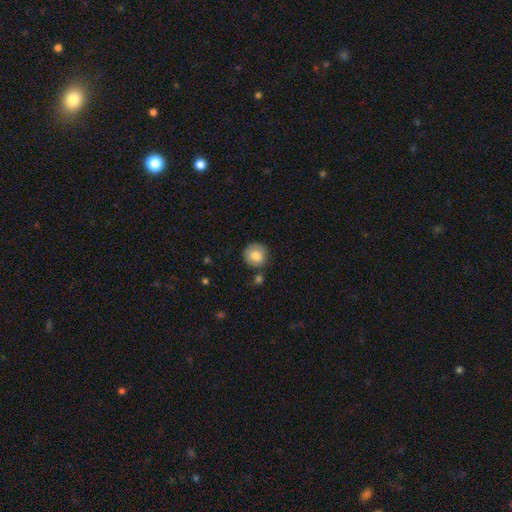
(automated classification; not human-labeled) smooth_or_featured: smooth (p=0.83) [alt: featured or disk p=0.10]
how_rounded: round (p=0.91) [alt: in between p=0.08]
merging: none (p=0.74) [alt: minor disturbance p=0.16]